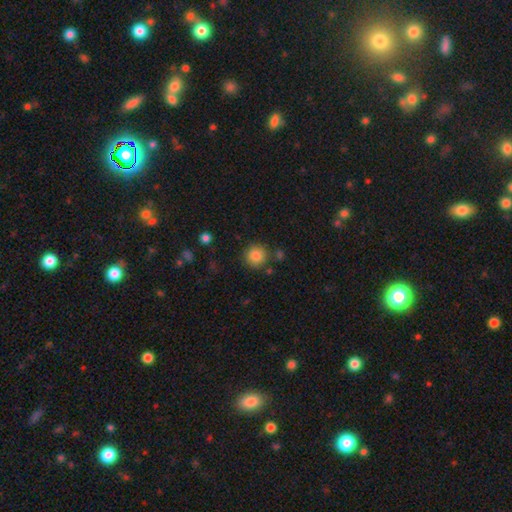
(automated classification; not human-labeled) smooth 85%, star or artifact 10%, featured or disk 5%. Down the decision tree: how rounded — round (94%); merging — none (84%).